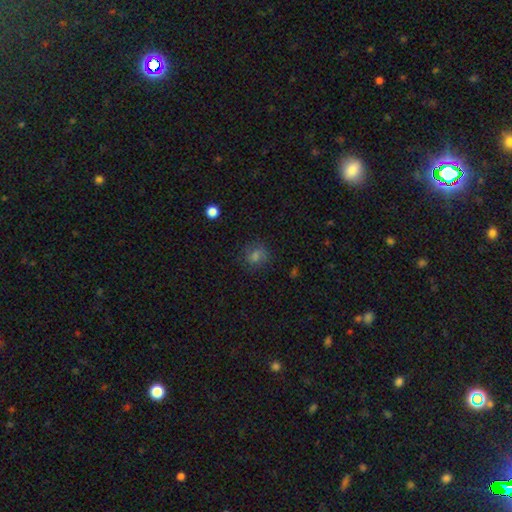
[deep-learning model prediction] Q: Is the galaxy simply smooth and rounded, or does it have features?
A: smooth — 68%.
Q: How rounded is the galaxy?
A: round — 73%.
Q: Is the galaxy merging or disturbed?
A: none — 81%.